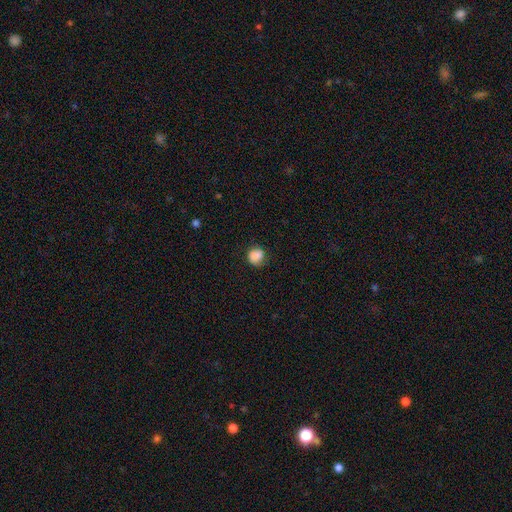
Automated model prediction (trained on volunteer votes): A smooth galaxy with no disk features (82%) that is round (74%). Merging: none (68%).